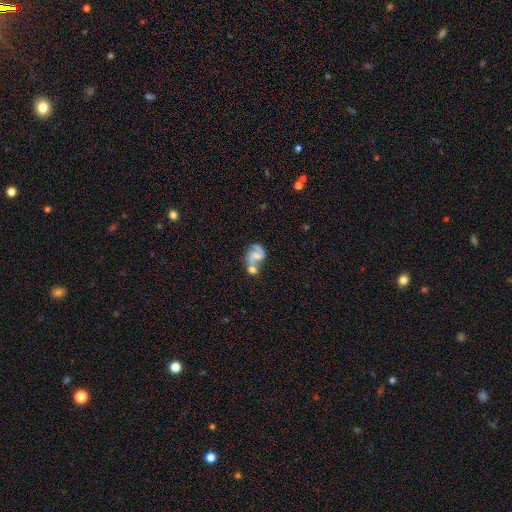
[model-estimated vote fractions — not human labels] Smooth or featured? featured or disk (68%)
Edge-on disk? no (98%)
Bar? no (49%)
Spiral arms? yes (86%)
Spiral winding? medium (47%)
Spiral arm count? 2 (82%)
Bulge size? small (38%)
Merging? merger (52%)